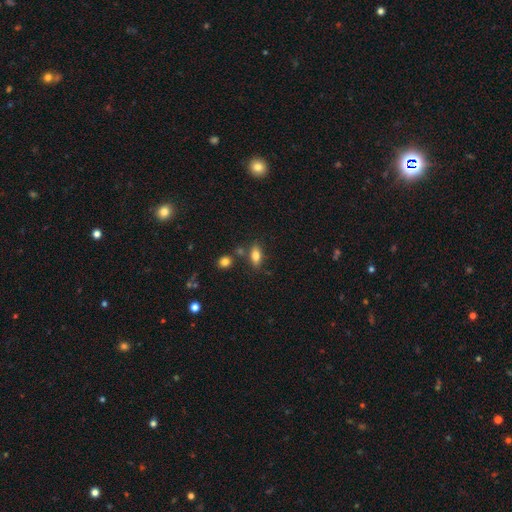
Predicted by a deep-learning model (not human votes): A smooth galaxy with no disk features (77%) that is in between round and cigar-shaped (83%). Merging: none (75%).